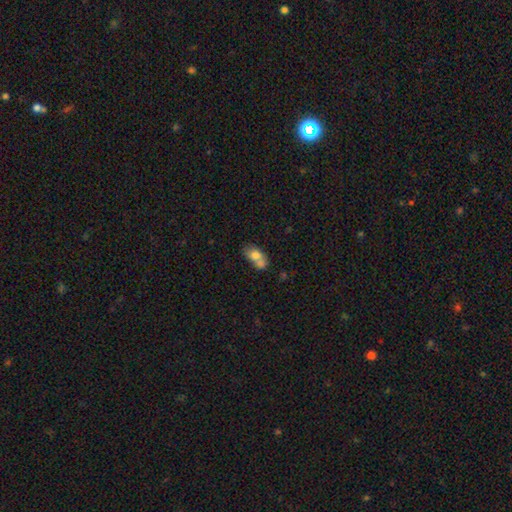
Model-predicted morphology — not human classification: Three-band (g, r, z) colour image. It shows a smooth galaxy with no disk features (71%) that is in between round and cigar-shaped (80%). Merging: merger (52%).